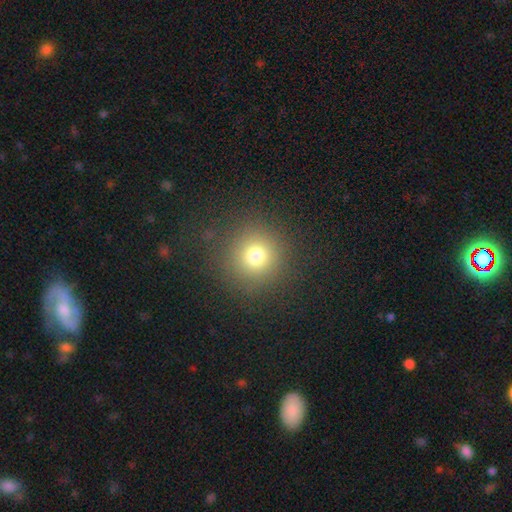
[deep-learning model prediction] Smooth or featured? Predicted: smooth (p=0.73). How rounded? Predicted: round (p=0.94). Merging? Predicted: none (p=0.87).